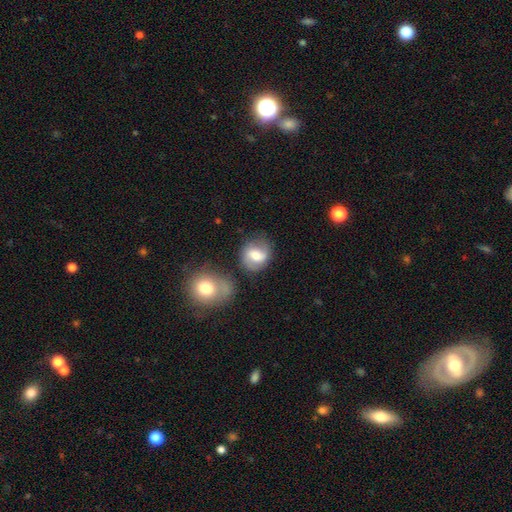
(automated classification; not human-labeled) This appears to be a featured or disk galaxy (51%). Merging: none (69%).